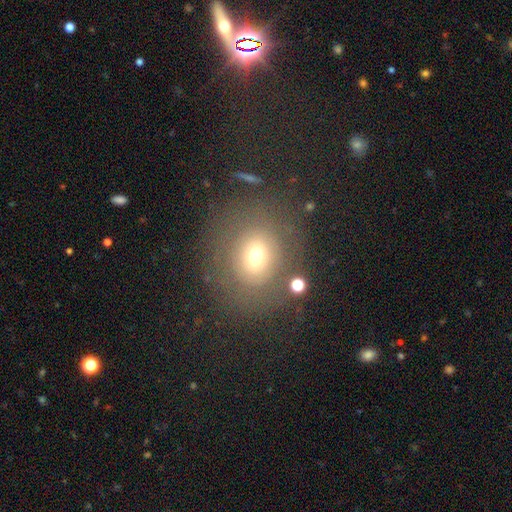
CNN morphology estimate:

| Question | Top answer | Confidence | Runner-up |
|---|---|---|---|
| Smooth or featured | smooth | 60% | featured or disk (22%) |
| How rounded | round | 74% | in between (25%) |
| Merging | none | 75% | minor disturbance (12%) |